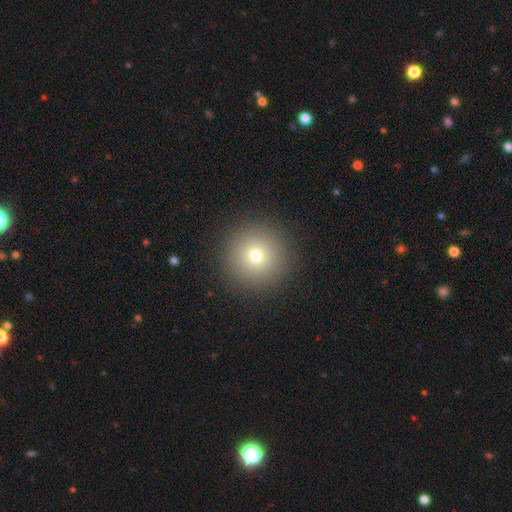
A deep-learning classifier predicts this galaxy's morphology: smooth_or_featured: smooth (p=0.74) [alt: star or artifact p=0.15]
how_rounded: round (p=0.96) [alt: in between p=0.03]
merging: none (p=0.91) [alt: minor disturbance p=0.05]